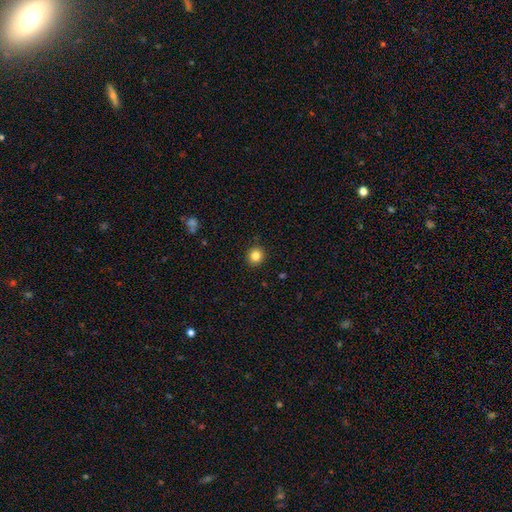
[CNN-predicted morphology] This is clearly a smooth galaxy (83%). How rounded: clearly round (88%). Merging: clearly none (91%).